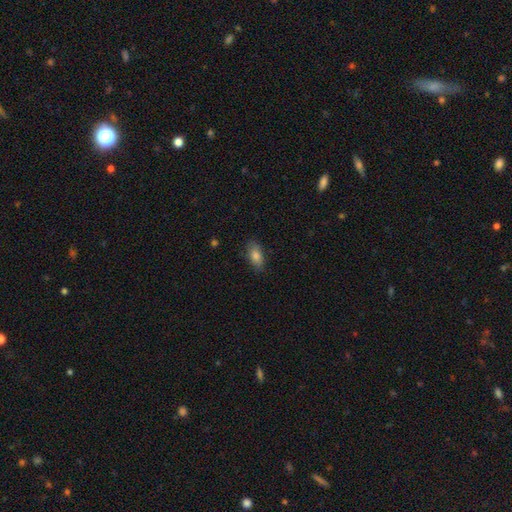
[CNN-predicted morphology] Q: Smooth or featured?
A: smooth (82%); runner-up: featured or disk (10%)
Q: How rounded?
A: in between (88%); runner-up: cigar-shaped (8%)
Q: Merging?
A: none (84%); runner-up: minor disturbance (12%)